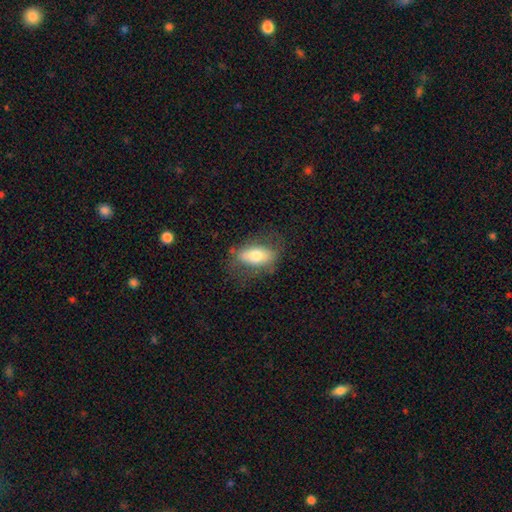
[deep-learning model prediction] smooth_or_featured: smooth (p=0.63) [alt: featured or disk p=0.30]
how_rounded: in between (p=0.85) [alt: cigar-shaped p=0.09]
merging: none (p=0.69) [alt: minor disturbance p=0.20]